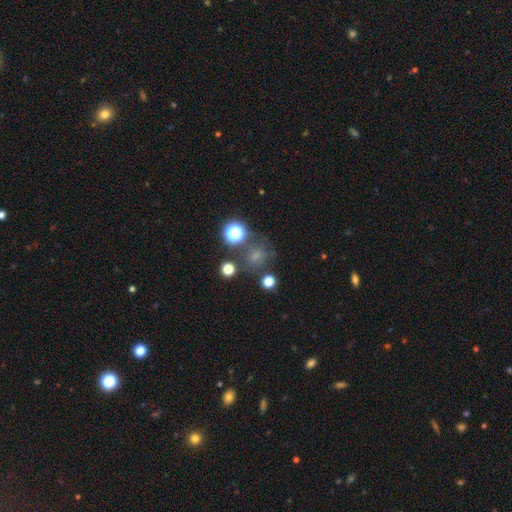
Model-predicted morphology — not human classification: Overall: smooth (59%; star or artifact 28%). How rounded: round (74%). Merging: none (64%).